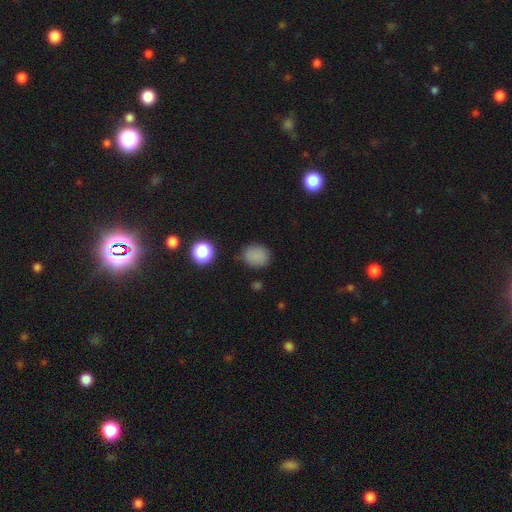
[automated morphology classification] smooth 81%, star or artifact 14%, featured or disk 5%. Down the decision tree: how rounded — round (68%); merging — none (78%).